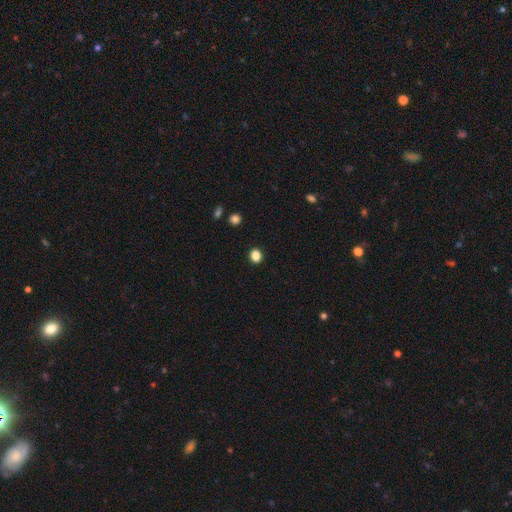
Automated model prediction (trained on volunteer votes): Morphology: type=smooth (86%); roundness=round (66%); merging=none (91%).